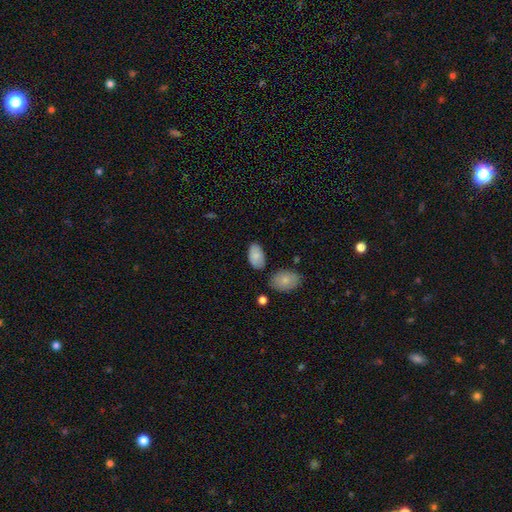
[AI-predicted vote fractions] Smooth or featured? Predicted: smooth (p=0.84). How rounded? Predicted: in between (p=0.95). Merging? Predicted: none (p=0.75).